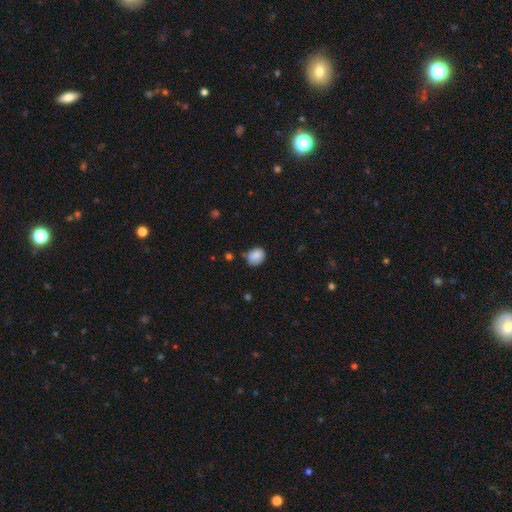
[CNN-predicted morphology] This is clearly a smooth galaxy (87%). How rounded: possibly in between (51%). Merging: likely none (65%).